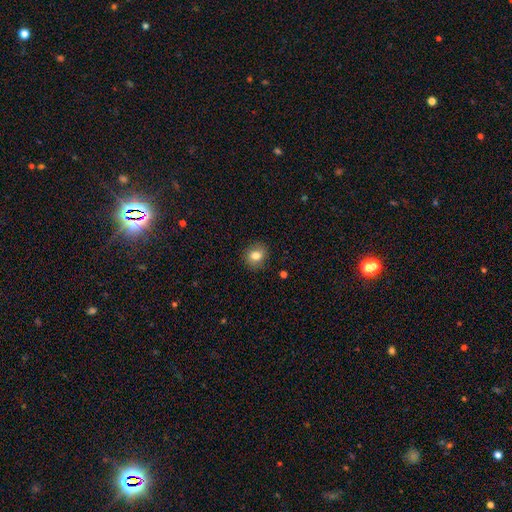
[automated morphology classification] Smooth or featured? Predicted: smooth (p=0.80). How rounded? Predicted: round (p=0.70). Merging? Predicted: none (p=0.87).